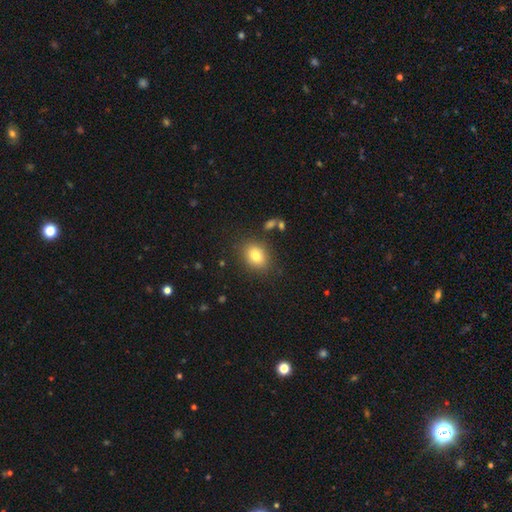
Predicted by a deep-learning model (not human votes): Smooth or featured? Predicted: smooth (p=0.80). How rounded? Predicted: in between (p=0.57). Merging? Predicted: none (p=0.84).